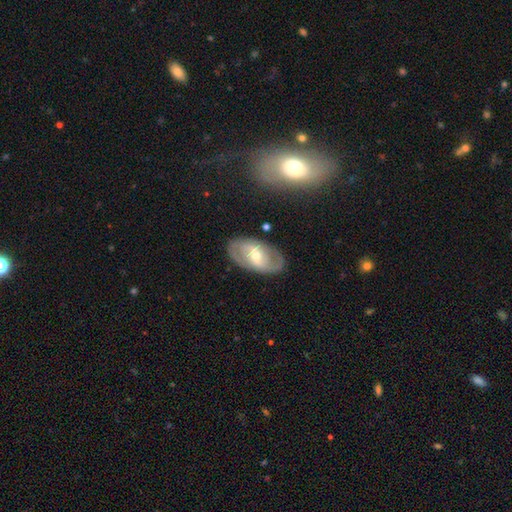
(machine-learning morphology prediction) Overall: featured or disk (73%). Edge-on disk: no (93%). Bar: weak (45%; strong 29%). Spiral arms: yes (74%). Bulge size: moderate (53%; small 42%). Merging: none (81%).